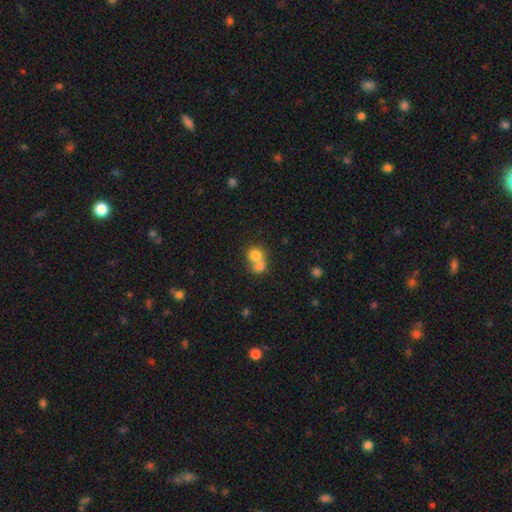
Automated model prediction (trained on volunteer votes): Smooth or featured: smooth — 77% (featured or disk — 13%)
How rounded: round — 75% (in between — 24%)
Merging: merger — 64% (none — 27%)